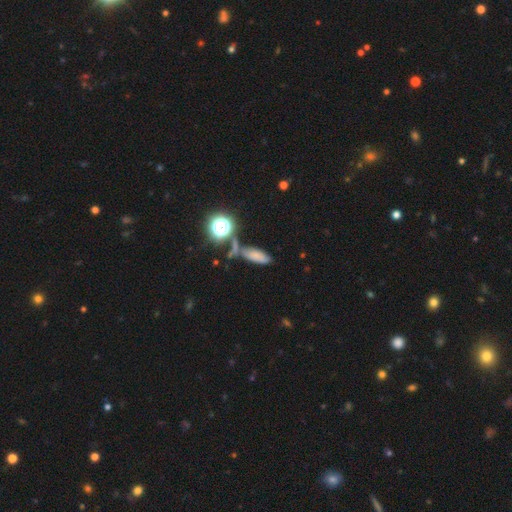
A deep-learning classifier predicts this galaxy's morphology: Smooth or featured? Predicted: smooth (p=0.66). How rounded? Predicted: in between (p=0.58). Merging? Predicted: none (p=0.56).